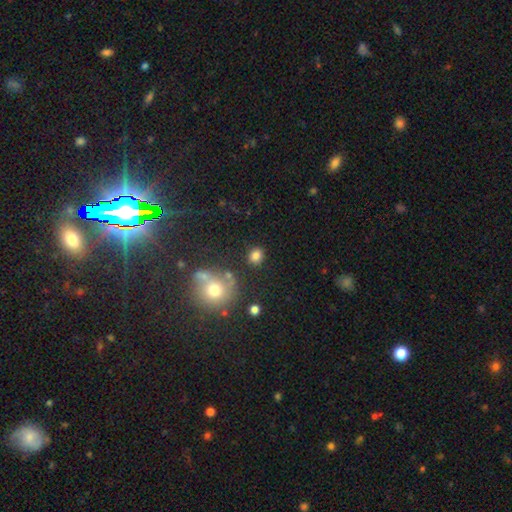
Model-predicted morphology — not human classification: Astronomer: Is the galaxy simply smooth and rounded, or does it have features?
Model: smooth — 81%.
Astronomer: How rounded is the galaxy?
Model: round — 63%.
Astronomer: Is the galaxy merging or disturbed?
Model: none — 82%.